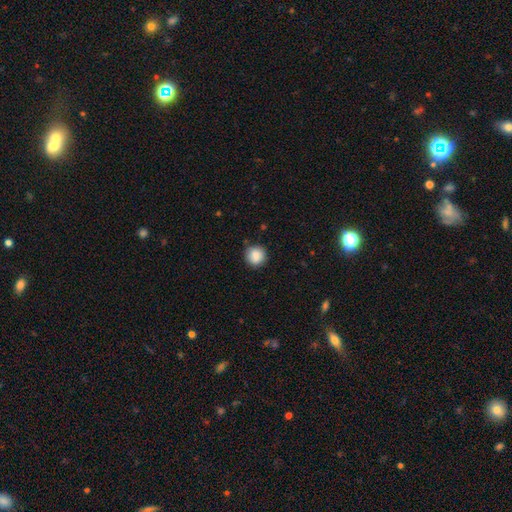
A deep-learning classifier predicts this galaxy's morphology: smooth 88%, star or artifact 8%, featured or disk 4%. Down the decision tree: how rounded — round (93%); merging — none (86%).